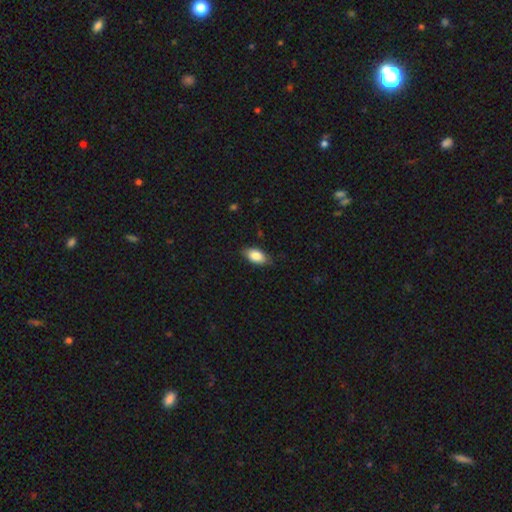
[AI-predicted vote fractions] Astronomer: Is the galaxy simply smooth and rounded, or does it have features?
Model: smooth — 85%.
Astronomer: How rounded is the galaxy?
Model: in between — 92%.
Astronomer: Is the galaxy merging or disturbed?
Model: none — 81%.